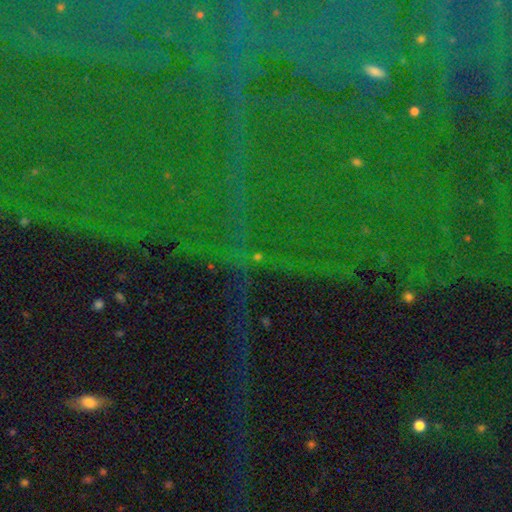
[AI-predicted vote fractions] smooth-or-featured: star or artifact: 86% | featured or disk: 8% | smooth: 7%